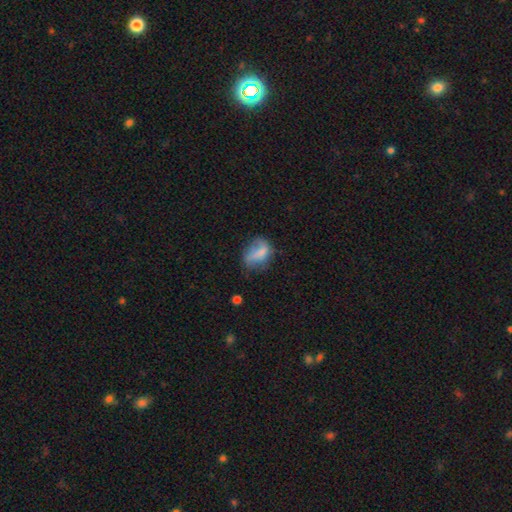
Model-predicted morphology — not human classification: type=smooth (65%); roundness=in between (71%); merging=none (40%).